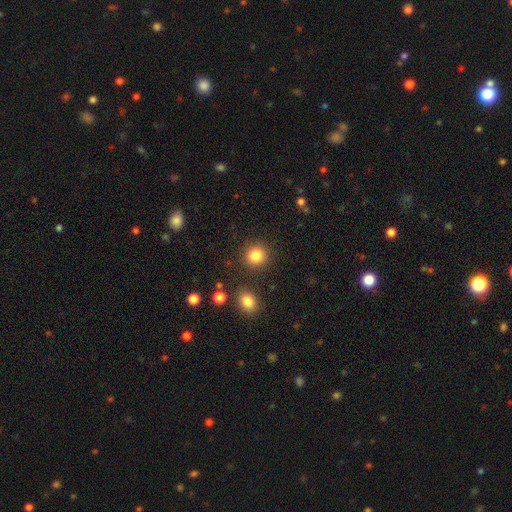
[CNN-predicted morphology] Smooth or featured? smooth (85%)
How rounded? round (90%)
Merging? none (88%)